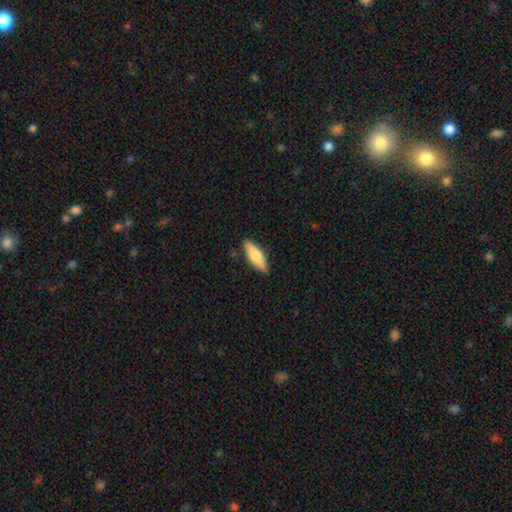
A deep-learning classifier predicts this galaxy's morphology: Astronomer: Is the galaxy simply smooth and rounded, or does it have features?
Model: smooth — 72%.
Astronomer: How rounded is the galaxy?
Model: in between — 52% (runner-up: cigar-shaped, 46%).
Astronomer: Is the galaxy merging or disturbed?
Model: none — 88%.